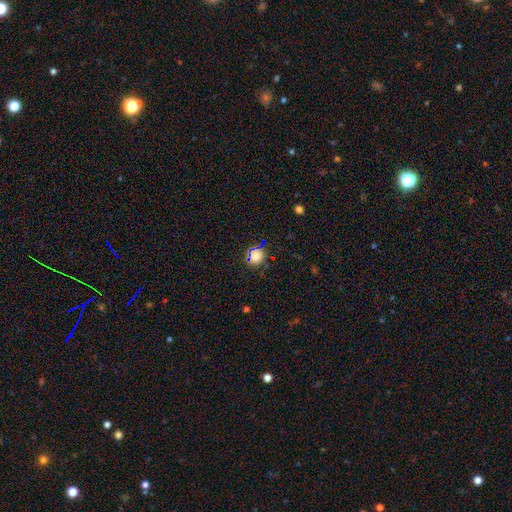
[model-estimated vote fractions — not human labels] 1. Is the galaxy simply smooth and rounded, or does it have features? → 63% smooth, 29% star or artifact, 8% featured or disk.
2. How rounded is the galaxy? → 89% round, 9% in between, 1% cigar-shaped.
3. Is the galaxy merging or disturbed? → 83% none, 10% minor disturbance, 4% major disturbance, 3% merger.